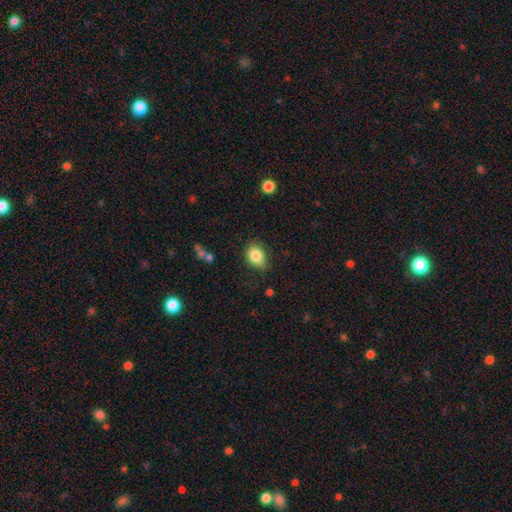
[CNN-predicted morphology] Q: Smooth or featured?
A: smooth (84%); runner-up: star or artifact (8%)
Q: How rounded?
A: in between (73%); runner-up: round (25%)
Q: Merging?
A: none (76%); runner-up: minor disturbance (19%)